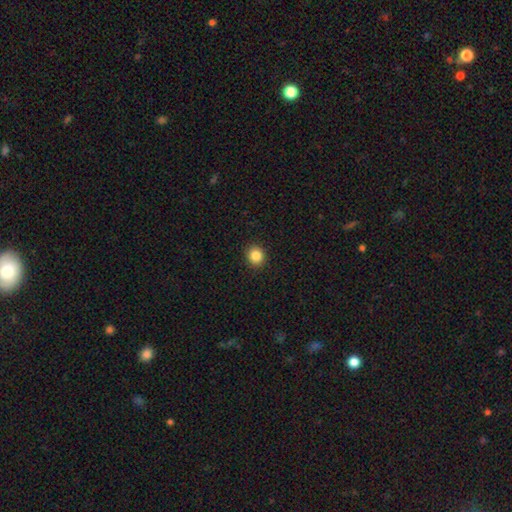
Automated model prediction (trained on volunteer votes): A smooth galaxy with no disk features (86%) that is round (86%). Merging: none (92%).